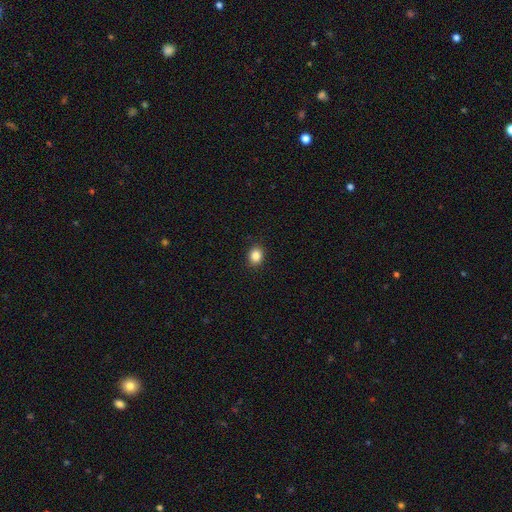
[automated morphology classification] Smooth or featured? smooth (85%)
How rounded? round (61%)
Merging? none (90%)